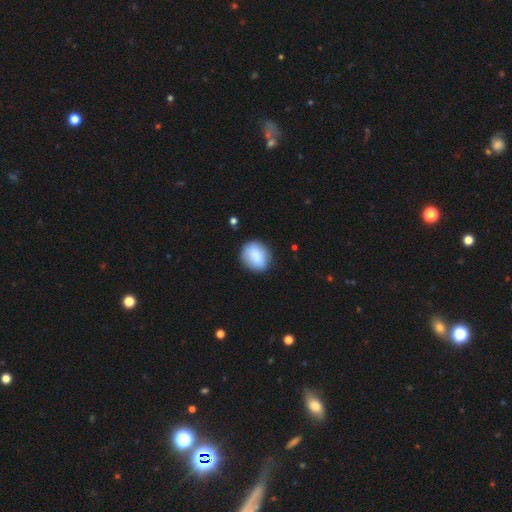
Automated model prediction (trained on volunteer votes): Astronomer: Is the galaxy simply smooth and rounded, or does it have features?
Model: smooth — 82%.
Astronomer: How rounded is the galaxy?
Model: round — 54% (runner-up: in between, 45%).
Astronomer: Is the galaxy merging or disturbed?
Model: none — 79%.